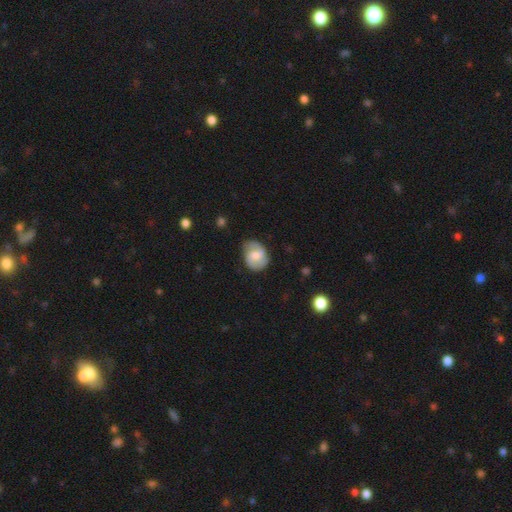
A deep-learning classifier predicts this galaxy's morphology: Smooth or featured? Predicted: featured or disk (p=0.65). Edge-on disk? Predicted: no (p=0.98). Bar? Predicted: weak (p=0.51). Spiral arms? Predicted: yes (p=0.91). Spiral winding? Predicted: medium (p=0.49). Spiral arm count? Predicted: 2 (p=0.86). Bulge size? Predicted: moderate (p=0.52). Merging? Predicted: none (p=0.72).